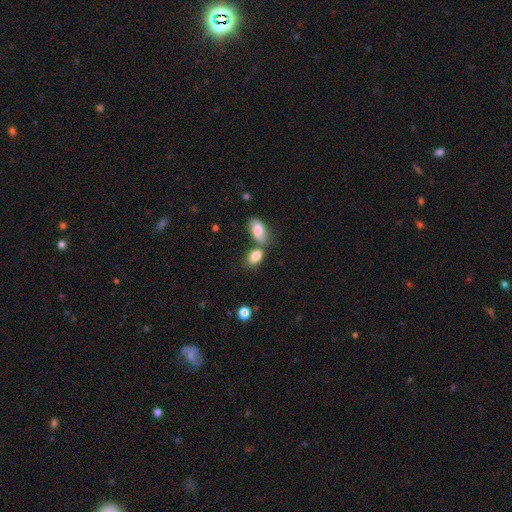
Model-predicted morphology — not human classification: smooth_or_featured: smooth (p=0.84) [alt: featured or disk p=0.08]
how_rounded: in between (p=0.88) [alt: round p=0.10]
merging: none (p=0.47) [alt: merger p=0.35]